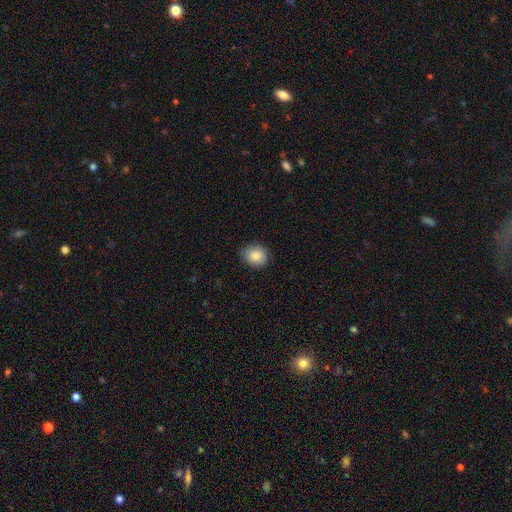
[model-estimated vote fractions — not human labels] Smooth or featured? Predicted: smooth (p=0.87). How rounded? Predicted: round (p=0.65). Merging? Predicted: none (p=0.87).